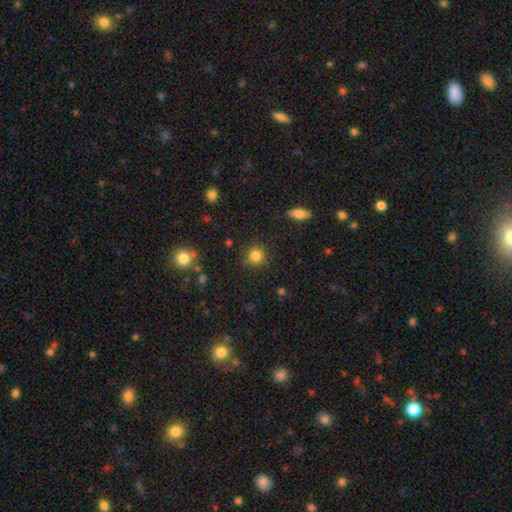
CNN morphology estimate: A smooth galaxy with no disk features (84%) that is round (92%).

Vote fractions:
- Smooth or featured? smooth: 84% / star or artifact: 11% / featured or disk: 5%
- How rounded? round: 92% / in between: 7% / cigar-shaped: 1%
- Merging? none: 89% / minor disturbance: 7% / major disturbance: 2% / merger: 2%